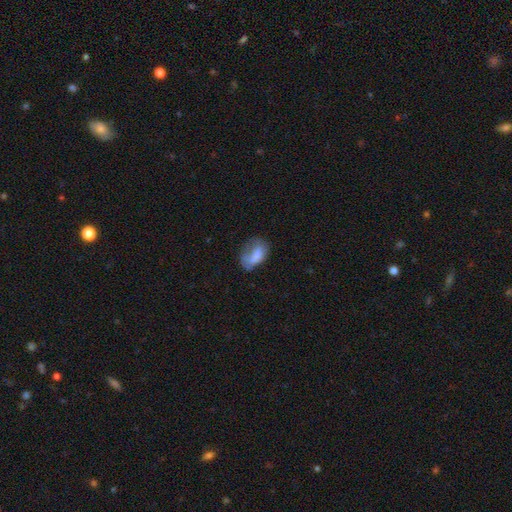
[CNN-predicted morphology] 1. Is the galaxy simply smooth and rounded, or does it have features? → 67% smooth, 24% featured or disk, 9% star or artifact.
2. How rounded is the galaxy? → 85% in between, 14% round, 2% cigar-shaped.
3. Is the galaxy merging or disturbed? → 33% major disturbance, 32% none, 31% minor disturbance, 4% merger.